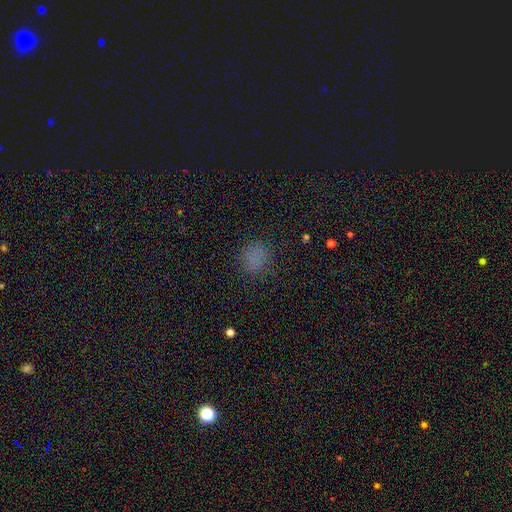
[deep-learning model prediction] Smooth or featured? Predicted: smooth (p=0.75). How rounded? Predicted: round (p=0.67). Merging? Predicted: none (p=0.84).